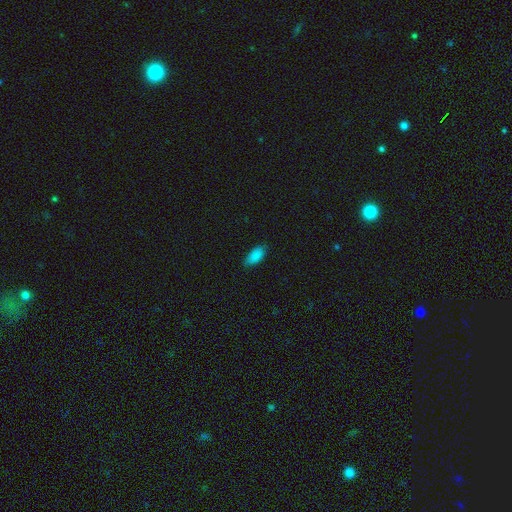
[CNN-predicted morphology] Q: Smooth or featured?
A: smooth (87%); runner-up: star or artifact (8%)
Q: How rounded?
A: in between (88%); runner-up: cigar-shaped (10%)
Q: Merging?
A: none (81%); runner-up: minor disturbance (15%)